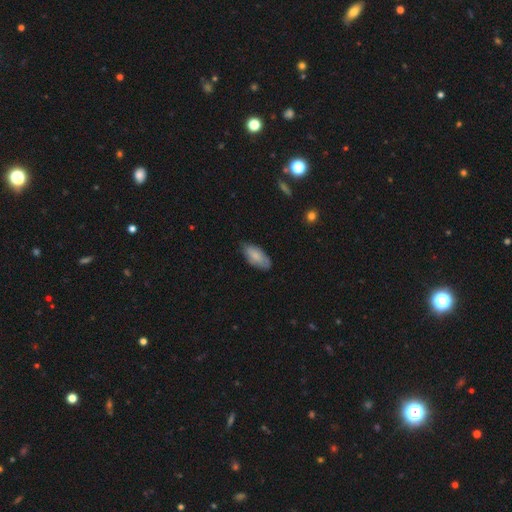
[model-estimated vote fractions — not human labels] This appears to be a smooth galaxy with no disk features (80%) that is in between round and cigar-shaped (88%). Merging: none (73%).